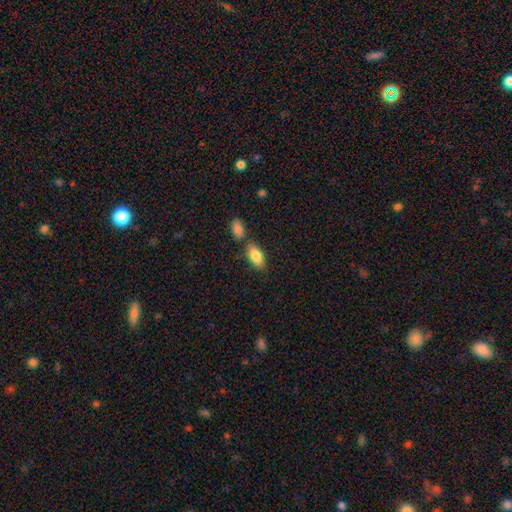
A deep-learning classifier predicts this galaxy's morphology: The model was most divided on "merging": none: 68%, merger: 15%, minor disturbance: 13%, major disturbance: 3%. More confident: how rounded — in between (89%); smooth or featured — smooth (82%).